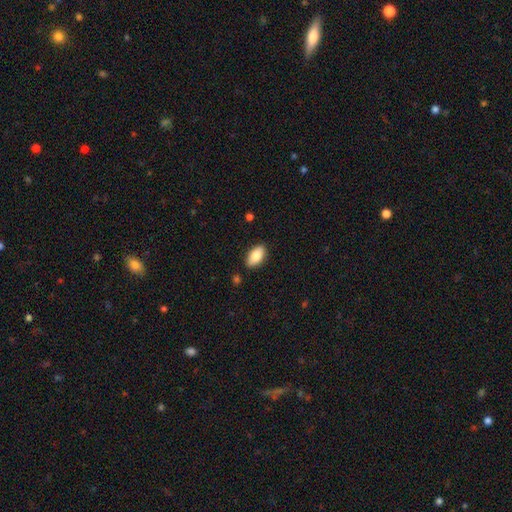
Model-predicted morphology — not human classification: The model was most divided on "smooth or featured": smooth: 83%, featured or disk: 10%, star or artifact: 7%. More confident: how rounded — in between (92%); merging — none (86%).